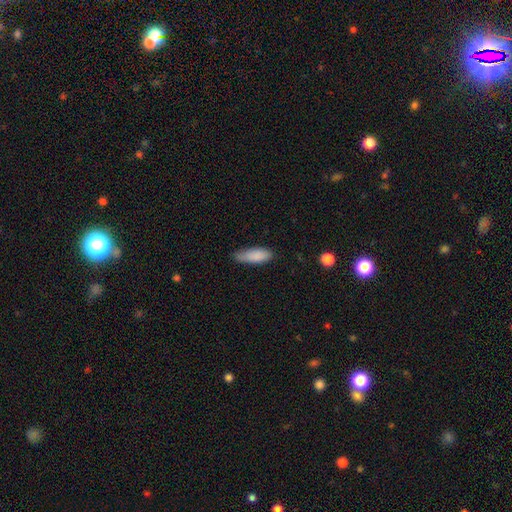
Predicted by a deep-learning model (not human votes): Smooth or featured? smooth (87%)
How rounded? in between (64%)
Merging? none (64%)